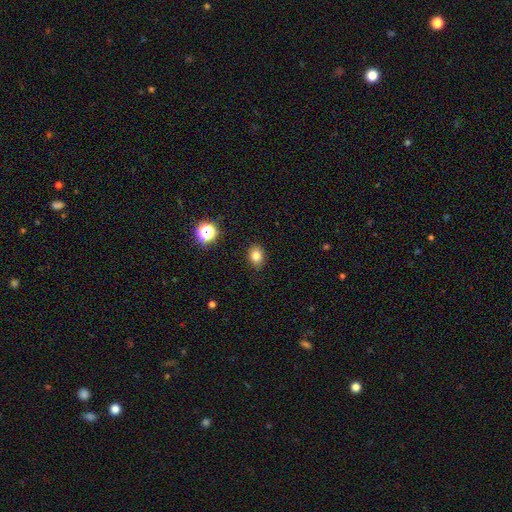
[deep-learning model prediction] smooth 80%, star or artifact 13%, featured or disk 6%. Down the decision tree: how rounded — in between (61%); merging — none (87%).